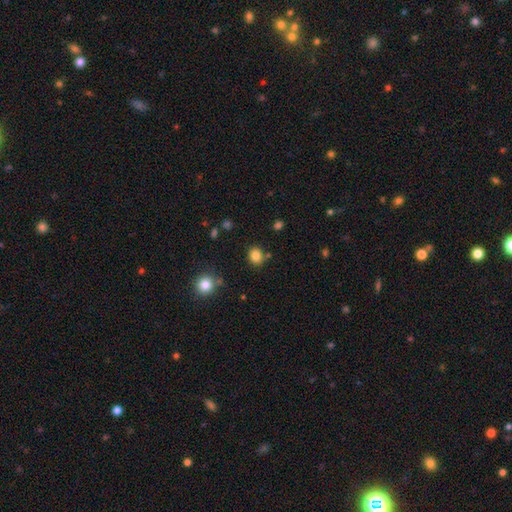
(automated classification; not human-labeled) smooth 84%, star or artifact 11%, featured or disk 5%. Down the decision tree: how rounded — round (68%); merging — none (81%).